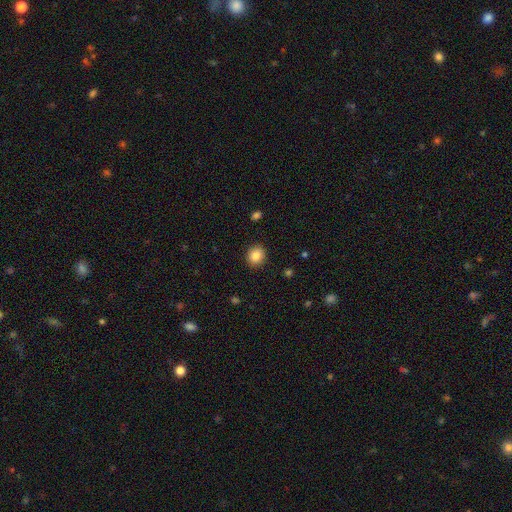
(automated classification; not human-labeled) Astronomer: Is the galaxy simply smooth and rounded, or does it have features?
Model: smooth — 86%.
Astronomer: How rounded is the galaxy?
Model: round — 76%.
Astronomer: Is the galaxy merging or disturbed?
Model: none — 90%.